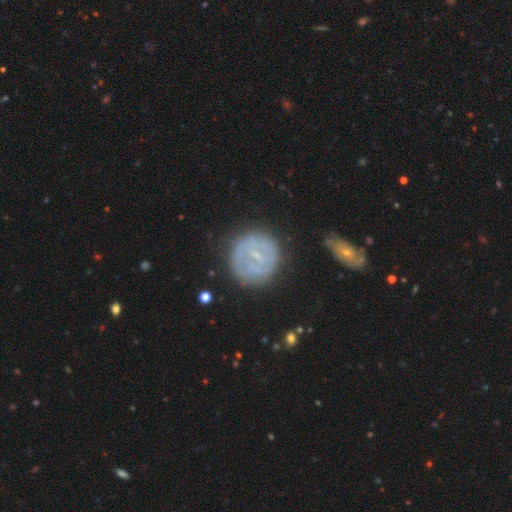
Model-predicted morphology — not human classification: featured or disk 64%, smooth 28%, star or artifact 8%. Down the decision tree: edge-on disk — no (96%); bar — weak (51%); spiral arms — yes (72%); bulge size — small (72%); merging — none (74%).